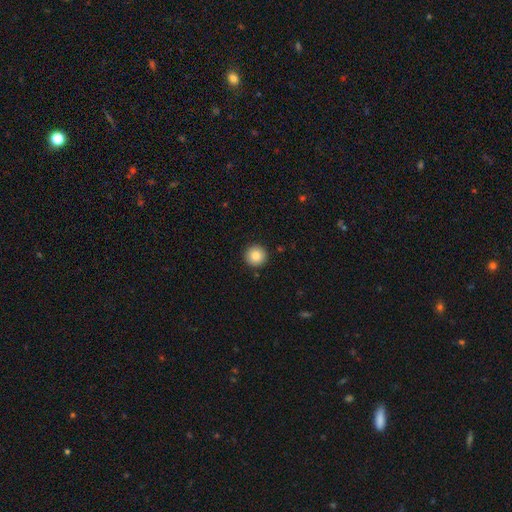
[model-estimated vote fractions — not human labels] Smooth or featured: smooth — 85% (star or artifact — 9%)
How rounded: round — 96% (in between — 3%)
Merging: none — 93% (minor disturbance — 5%)